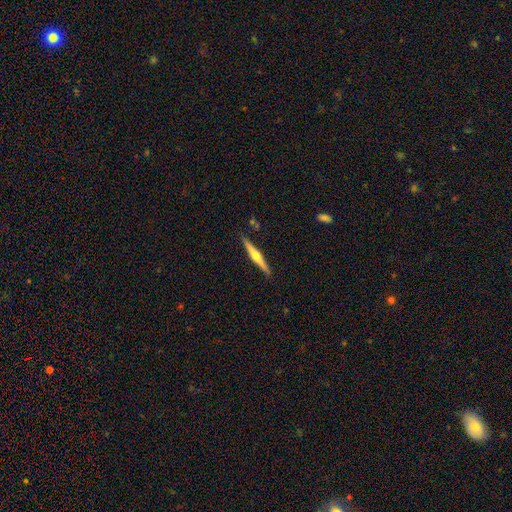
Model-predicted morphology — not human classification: Q: Smooth or featured?
A: featured or disk (62%); runner-up: smooth (32%)
Q: Edge-on disk?
A: yes (97%); runner-up: no (3%)
Q: Edge-on bulge?
A: rounded (87%); runner-up: none (8%)
Q: Merging?
A: none (88%); runner-up: minor disturbance (8%)